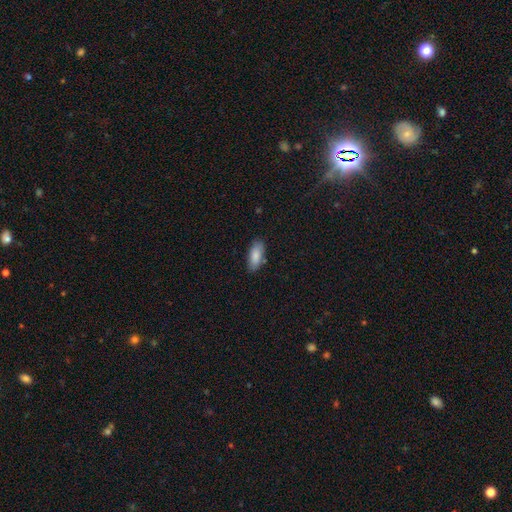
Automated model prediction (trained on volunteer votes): The model was most divided on "how rounded": in between: 82%, cigar-shaped: 16%, round: 2%. More confident: smooth or featured — smooth (85%); merging — none (81%).